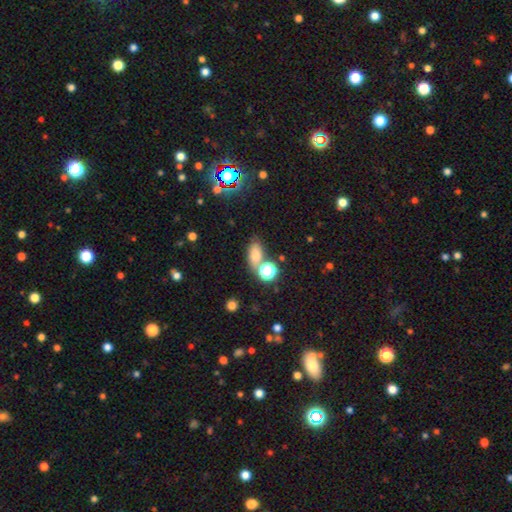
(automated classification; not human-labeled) smooth 69%, star or artifact 19%, featured or disk 11%. Down the decision tree: how rounded — in between (75%); merging — none (61%).